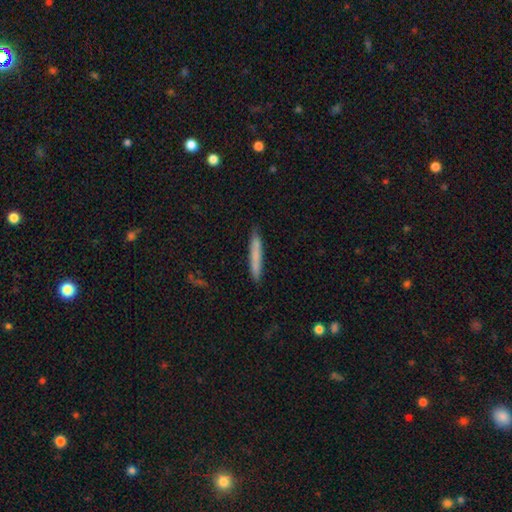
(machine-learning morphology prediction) A smooth galaxy with no disk features (74%) that is cigar-shaped (96%). Merging: none (88%).